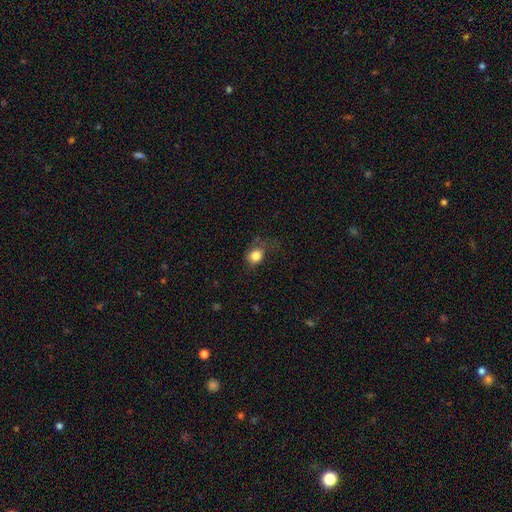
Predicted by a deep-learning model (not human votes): smooth-or-featured: smooth: 83% | star or artifact: 10% | featured or disk: 7%
  how-rounded: round: 62% | in between: 37% | cigar-shaped: 1%
  merging: none: 52% | minor disturbance: 28% | major disturbance: 17% | merger: 2%